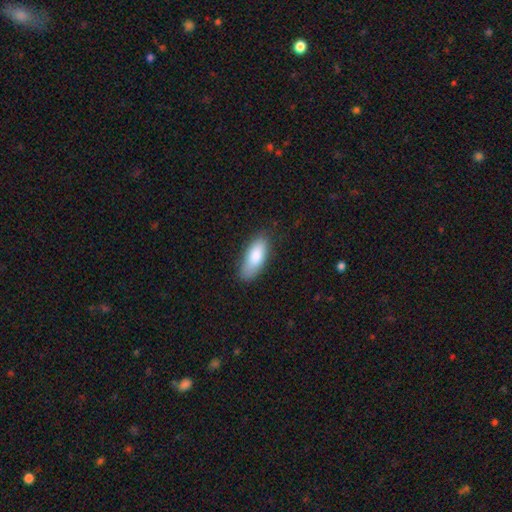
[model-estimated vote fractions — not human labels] A smooth galaxy with no disk features (85%) that is in between round and cigar-shaped (78%).

Vote fractions:
- Smooth or featured? smooth: 85% / featured or disk: 9% / star or artifact: 6%
- How rounded? in between: 78% / cigar-shaped: 20% / round: 2%
- Merging? none: 80% / minor disturbance: 16% / major disturbance: 3% / merger: 1%